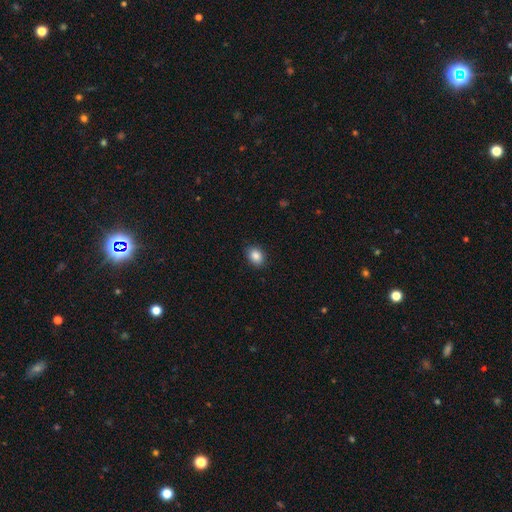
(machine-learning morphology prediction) The model was most divided on "how rounded": in between: 67%, round: 32%, cigar-shaped: 1%. More confident: merging — none (88%); smooth or featured — smooth (87%).